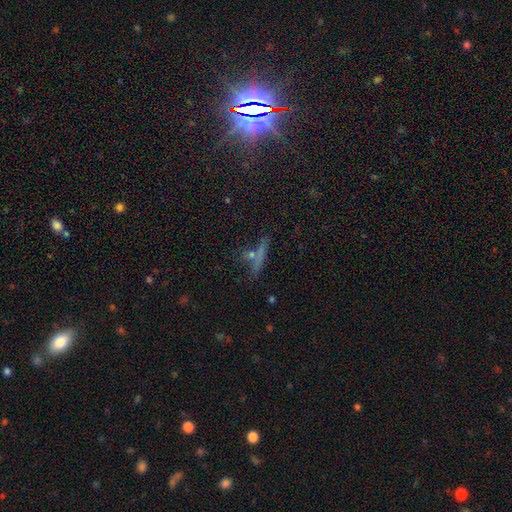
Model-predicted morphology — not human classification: Overall: smooth (54%; featured or disk 26%). How rounded: cigar-shaped (72%). Merging: none (68%).